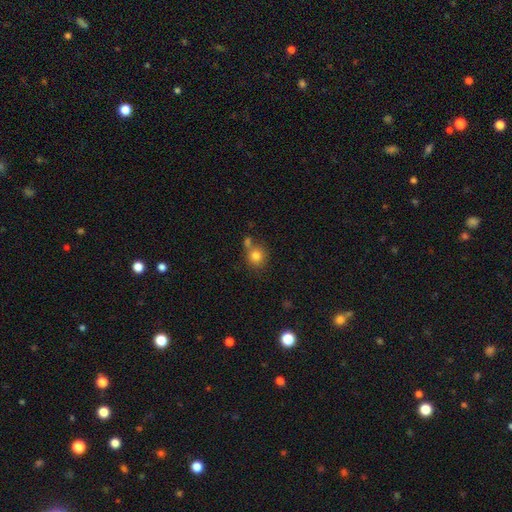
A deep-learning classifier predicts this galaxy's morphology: Smooth or featured? Predicted: smooth (p=0.81). How rounded? Predicted: round (p=0.86). Merging? Predicted: none (p=0.58).